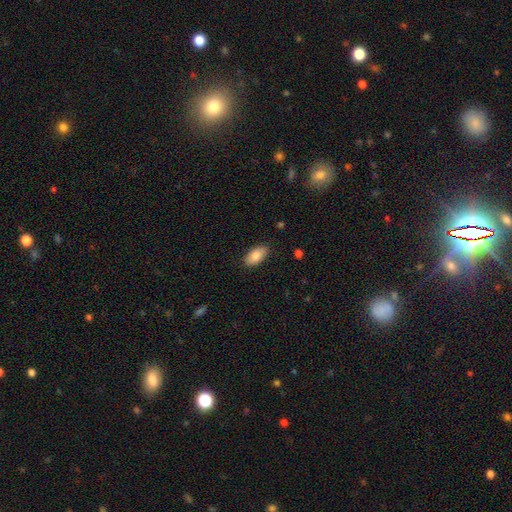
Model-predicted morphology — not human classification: This appears to be a smooth galaxy with no disk features (86%) that is in between round and cigar-shaped (94%). Merging: none (86%).